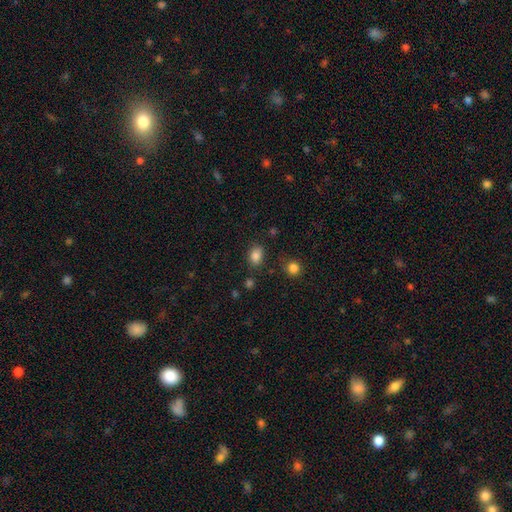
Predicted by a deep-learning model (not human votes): Morphology: type=smooth (85%); roundness=in between (69%); merging=none (80%).